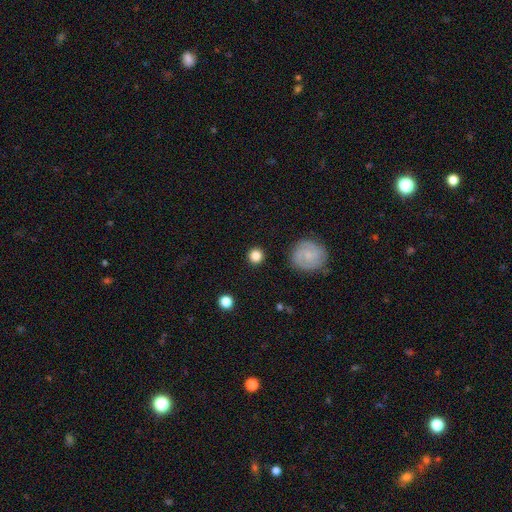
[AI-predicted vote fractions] A smooth galaxy with no disk features (81%) that is round (94%).

Vote fractions:
- Smooth or featured? smooth: 81% / featured or disk: 11% / star or artifact: 8%
- How rounded? round: 94% / in between: 5% / cigar-shaped: 1%
- Merging? none: 89% / minor disturbance: 6% / major disturbance: 2% / merger: 2%